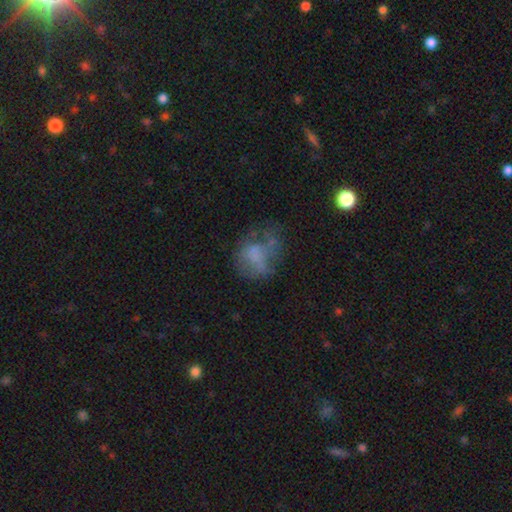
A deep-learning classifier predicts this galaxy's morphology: The model was most divided on "merging": none: 38%, major disturbance: 35%, minor disturbance: 22%, merger: 6%. Remaining: smooth or featured — smooth (46%).